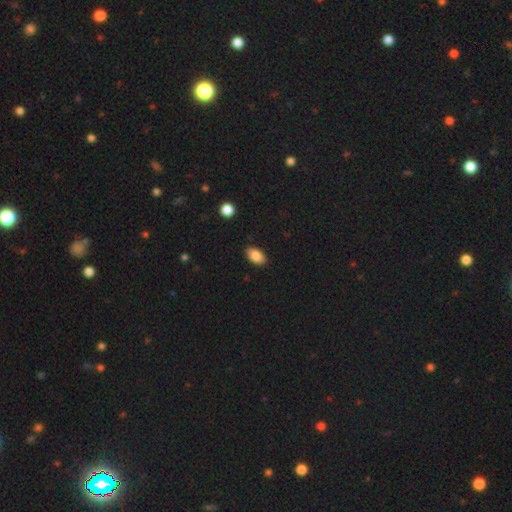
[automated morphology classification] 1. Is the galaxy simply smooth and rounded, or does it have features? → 86% smooth, 8% star or artifact, 6% featured or disk.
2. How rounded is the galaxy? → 92% in between, 6% round, 2% cigar-shaped.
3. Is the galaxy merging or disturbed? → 87% none, 9% minor disturbance, 2% major disturbance, 1% merger.